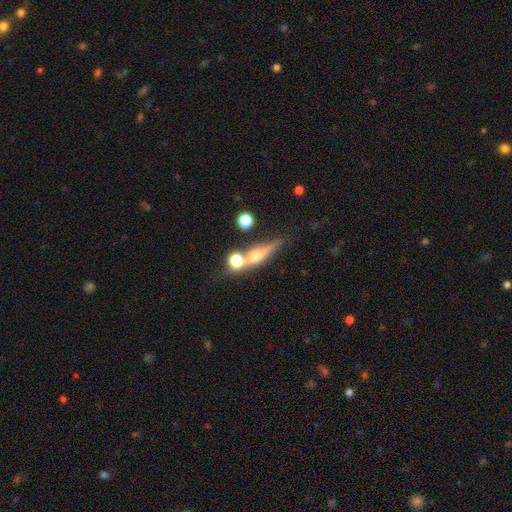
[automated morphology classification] Smooth or featured? Predicted: featured or disk (p=0.50). Edge-on disk? Predicted: yes (p=0.85). Merging? Predicted: none (p=0.56).